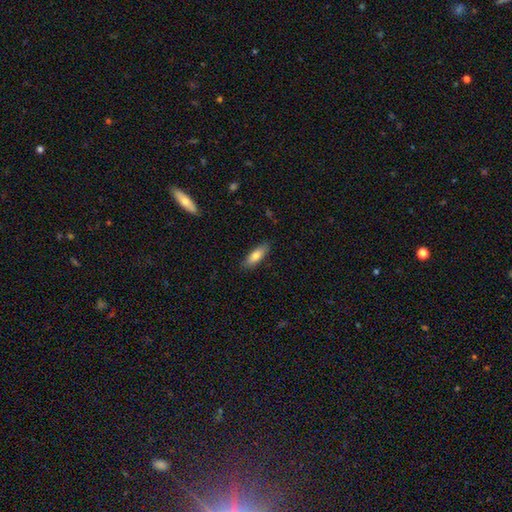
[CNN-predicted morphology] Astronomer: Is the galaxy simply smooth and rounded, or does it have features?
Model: smooth — 79%.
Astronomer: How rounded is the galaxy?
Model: in between — 60% (runner-up: cigar-shaped, 38%).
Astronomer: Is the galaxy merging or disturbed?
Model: none — 85%.